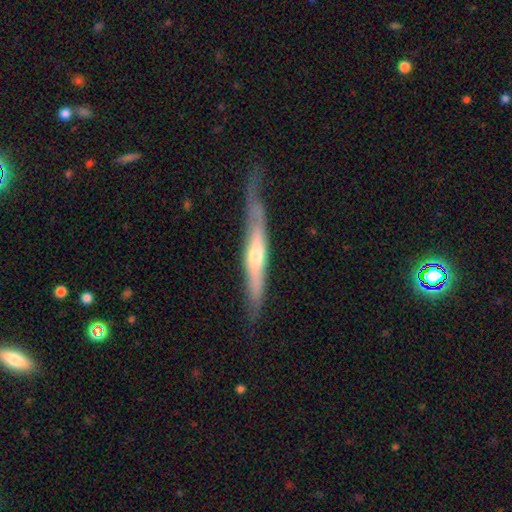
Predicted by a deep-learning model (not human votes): Smooth or featured? Predicted: featured or disk (p=0.69). Edge-on disk? Predicted: yes (p=0.90). Edge-on bulge? Predicted: rounded (p=0.67). Merging? Predicted: none (p=0.66).